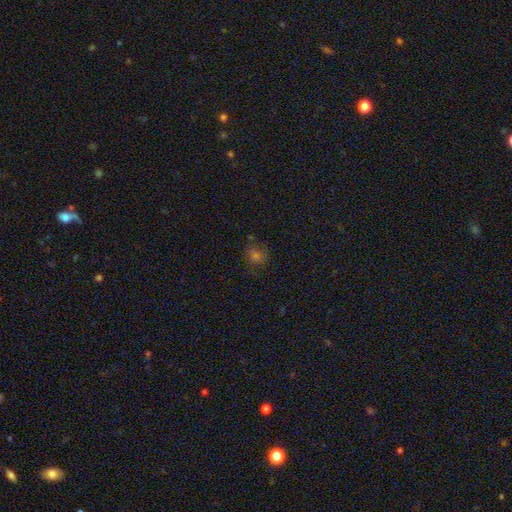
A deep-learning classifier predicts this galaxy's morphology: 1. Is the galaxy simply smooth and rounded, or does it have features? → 56% smooth, 31% star or artifact, 13% featured or disk.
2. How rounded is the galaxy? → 78% round, 21% in between, 1% cigar-shaped.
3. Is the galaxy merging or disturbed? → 72% none, 17% minor disturbance, 7% major disturbance, 3% merger.